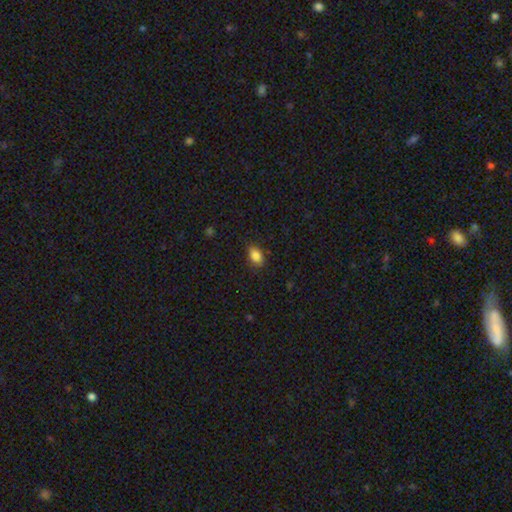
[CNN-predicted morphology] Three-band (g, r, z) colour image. It shows a smooth galaxy with no disk features (86%) that is in between round and cigar-shaped (86%). Merging: none (84%).